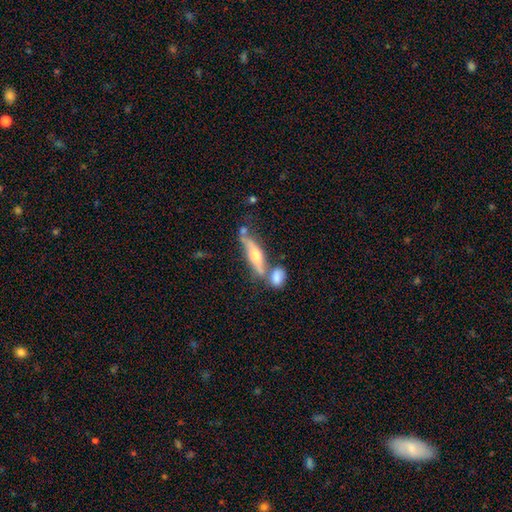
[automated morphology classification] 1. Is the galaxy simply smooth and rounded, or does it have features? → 64% featured or disk, 30% smooth, 7% star or artifact.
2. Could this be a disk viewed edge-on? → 80% yes, 20% no.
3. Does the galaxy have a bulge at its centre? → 91% rounded, 4% boxy, 4% none.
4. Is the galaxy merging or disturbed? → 44% none, 33% merger, 16% minor disturbance, 7% major disturbance.